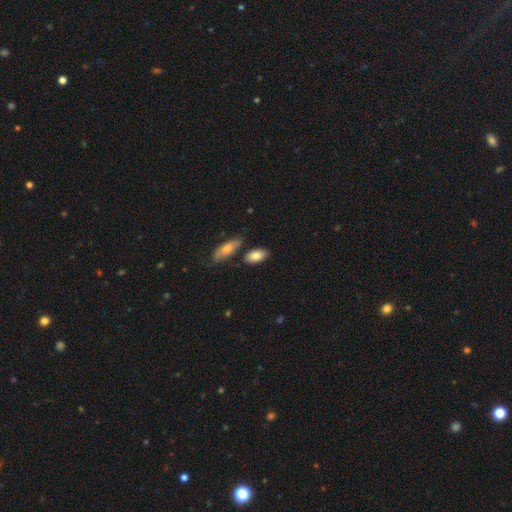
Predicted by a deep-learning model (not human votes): Morphology: type=smooth (83%); roundness=in between (91%); merging=none (75%).